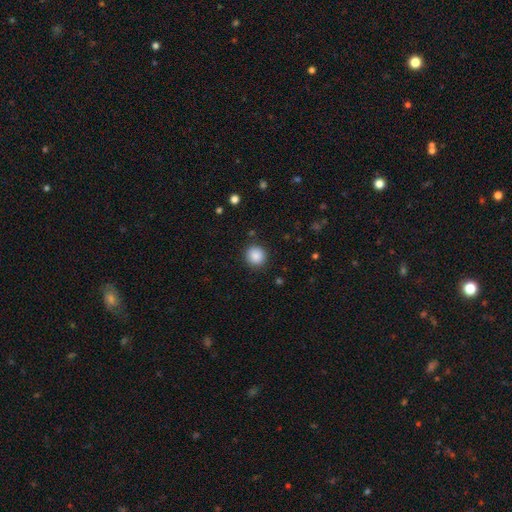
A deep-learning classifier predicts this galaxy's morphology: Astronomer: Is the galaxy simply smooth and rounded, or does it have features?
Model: smooth — 87%.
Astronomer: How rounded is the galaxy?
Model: round — 91%.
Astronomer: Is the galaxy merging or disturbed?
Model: none — 89%.